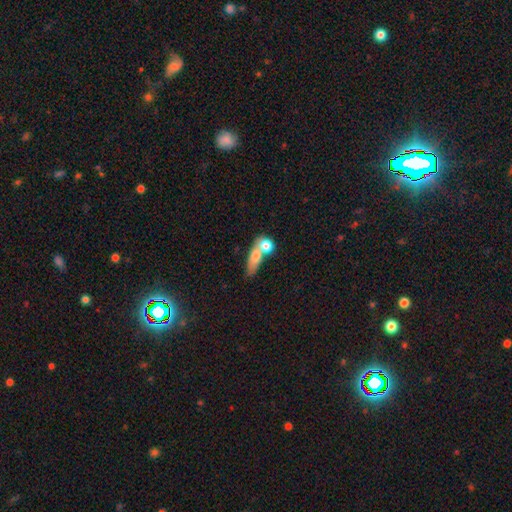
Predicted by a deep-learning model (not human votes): Smooth or featured? smooth (69%)
How rounded? in between (52%)
Merging? merger (59%)